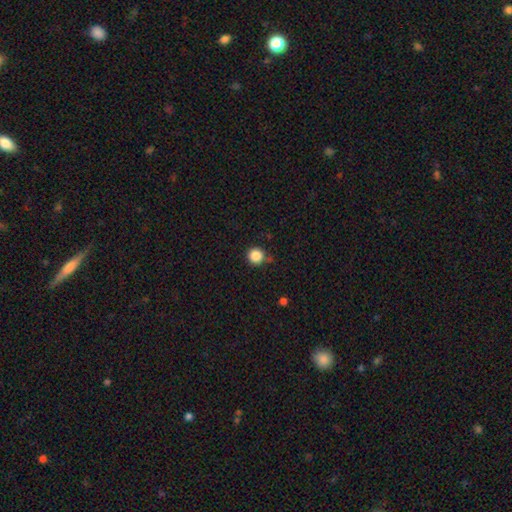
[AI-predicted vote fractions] Q: Smooth or featured?
A: smooth (86%); runner-up: star or artifact (11%)
Q: How rounded?
A: round (96%); runner-up: in between (3%)
Q: Merging?
A: none (85%); runner-up: minor disturbance (10%)